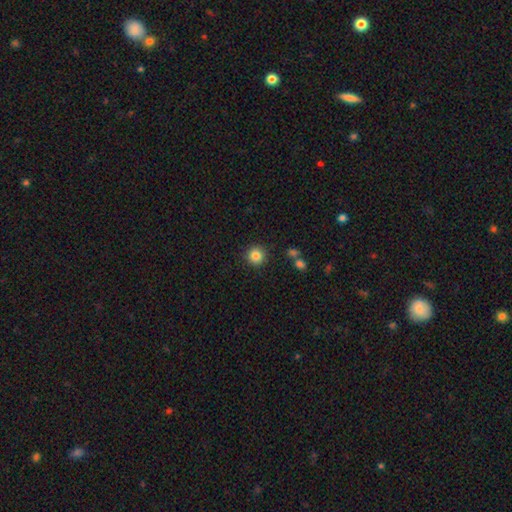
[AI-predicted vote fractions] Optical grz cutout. It shows a smooth galaxy with no disk features (84%) that is round (94%). Merging: none (90%).